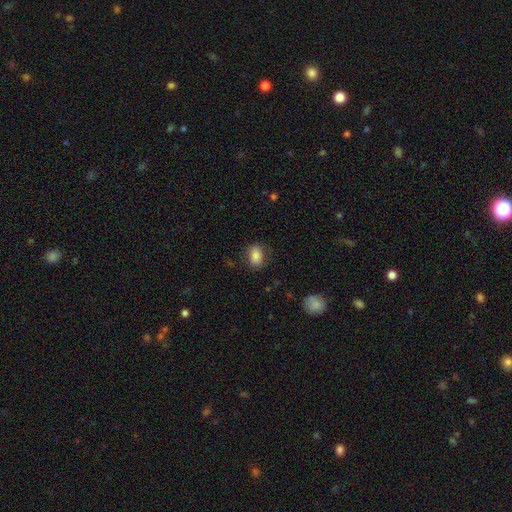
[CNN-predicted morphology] Overall: smooth (83%). How rounded: in between (71%). Merging: none (78%).